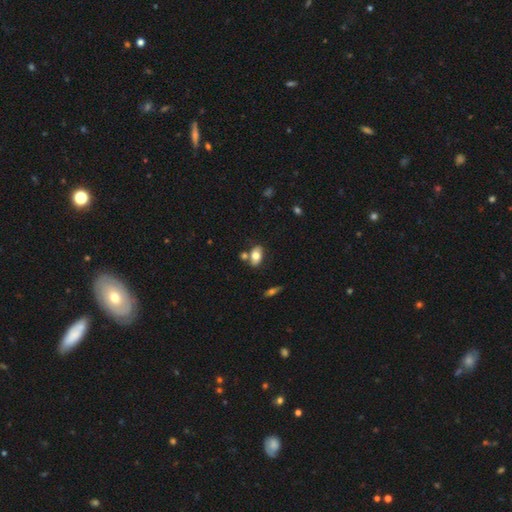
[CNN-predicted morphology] A smooth galaxy with no disk features (74%) that is in between round and cigar-shaped (89%).

Vote fractions:
- Smooth or featured? smooth: 74% / featured or disk: 18% / star or artifact: 8%
- How rounded? in between: 89% / round: 9% / cigar-shaped: 3%
- Merging? none: 65% / merger: 18% / minor disturbance: 14% / major disturbance: 4%